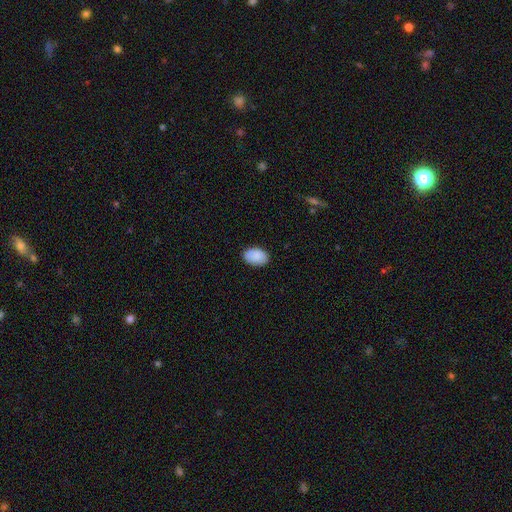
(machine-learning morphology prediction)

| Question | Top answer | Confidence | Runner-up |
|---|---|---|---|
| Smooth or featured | smooth | 90% | star or artifact (6%) |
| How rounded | in between | 89% | round (10%) |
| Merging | none | 87% | minor disturbance (10%) |